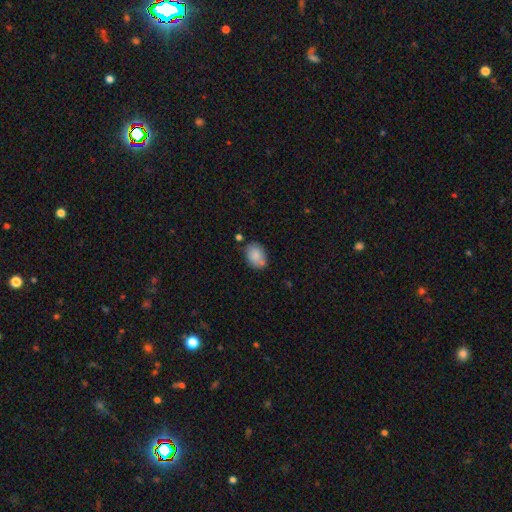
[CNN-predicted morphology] A smooth galaxy with no disk features (82%) that is in between round and cigar-shaped (75%).

Vote fractions:
- Smooth or featured? smooth: 82% / featured or disk: 10% / star or artifact: 8%
- How rounded? in between: 75% / round: 24% / cigar-shaped: 1%
- Merging? none: 63% / minor disturbance: 20% / merger: 12% / major disturbance: 5%